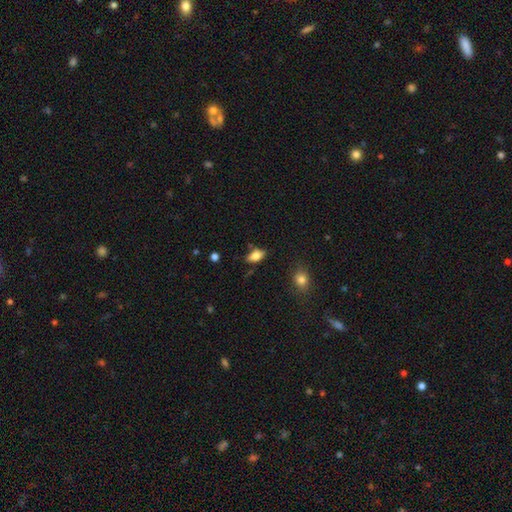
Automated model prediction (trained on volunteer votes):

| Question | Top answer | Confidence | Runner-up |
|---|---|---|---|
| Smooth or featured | smooth | 78% | featured or disk (14%) |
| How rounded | in between | 89% | round (6%) |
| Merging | none | 74% | minor disturbance (18%) |